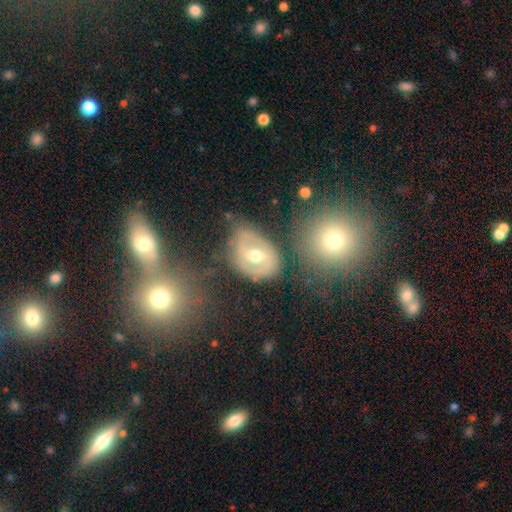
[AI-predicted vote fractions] A featured or disk galaxy (62%) with a weak bar (44%), spiral arms (57%) and a moderate central bulge (78%). Merging: none (61%).